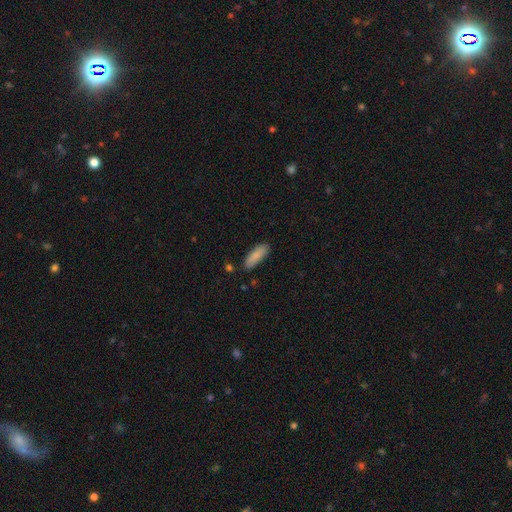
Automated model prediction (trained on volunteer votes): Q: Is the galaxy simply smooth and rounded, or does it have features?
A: smooth — 87%.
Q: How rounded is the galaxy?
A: in between — 62%.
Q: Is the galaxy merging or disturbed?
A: none — 82%.